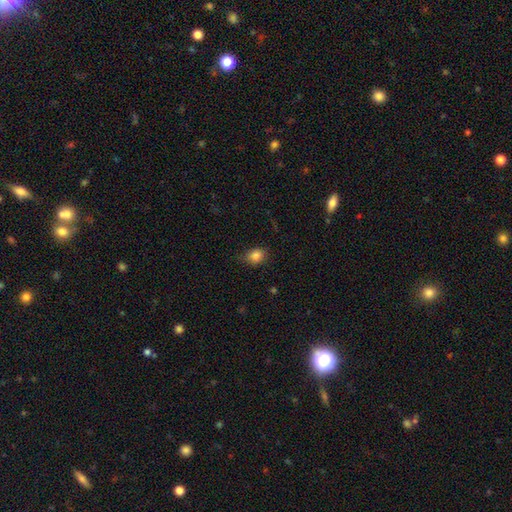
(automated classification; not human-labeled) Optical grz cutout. It shows a smooth galaxy with no disk features (84%) that is in between round and cigar-shaped (58%). Merging: none (73%).